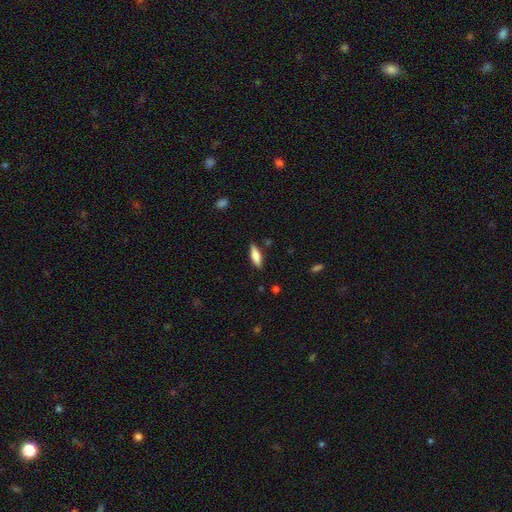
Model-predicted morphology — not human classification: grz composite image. It shows a smooth galaxy with no disk features (76%) that is in between round and cigar-shaped (55%). Merging: none (85%).